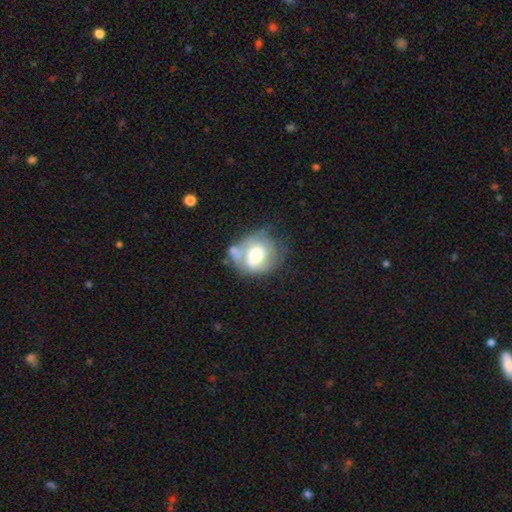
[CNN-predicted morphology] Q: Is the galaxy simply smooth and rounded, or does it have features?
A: featured or disk — 50%.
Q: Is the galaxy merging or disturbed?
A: none — 38%.